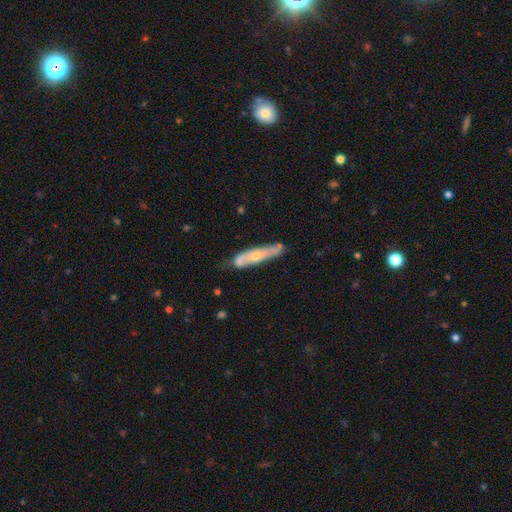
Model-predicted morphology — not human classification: Smooth or featured: featured or disk — 50% (smooth — 45%)
Merging: none — 62% (minor disturbance — 25%)